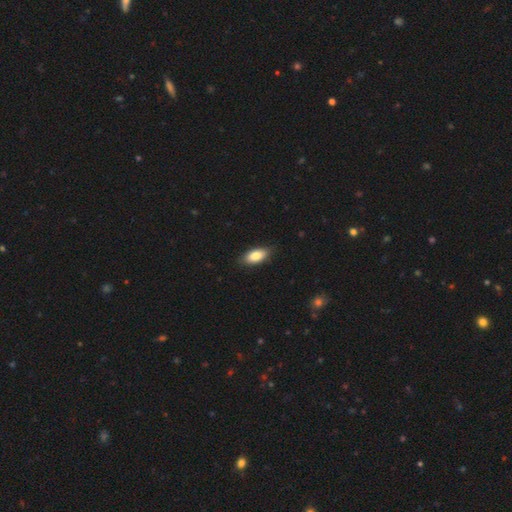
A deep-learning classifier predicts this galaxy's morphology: The model was most divided on "merging": none: 83%, minor disturbance: 14%, major disturbance: 2%, merger: 1%. More confident: how rounded — in between (89%); smooth or featured — smooth (83%).